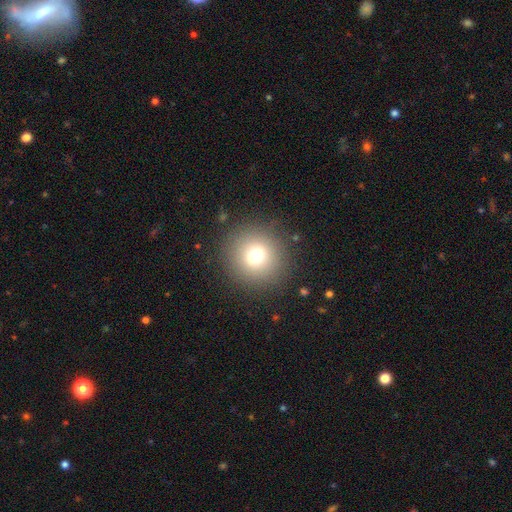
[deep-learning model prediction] Q: Smooth or featured?
A: smooth (73%); runner-up: star or artifact (15%)
Q: How rounded?
A: round (95%); runner-up: in between (4%)
Q: Merging?
A: none (88%); runner-up: minor disturbance (7%)